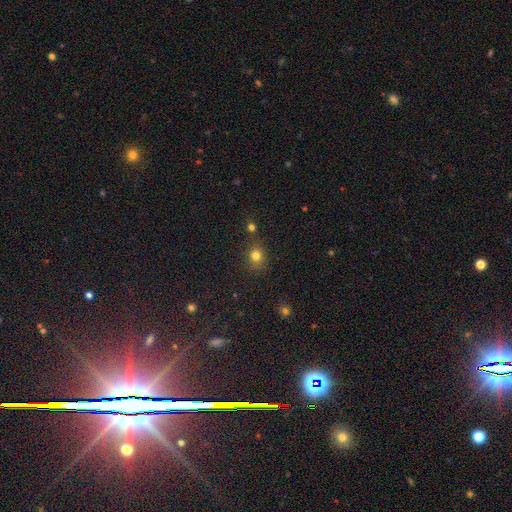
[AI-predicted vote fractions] smooth 78%, star or artifact 16%, featured or disk 6%. Down the decision tree: how rounded — round (79%); merging — none (75%).